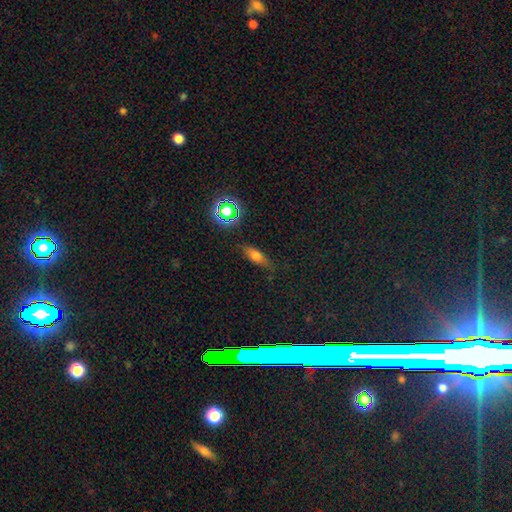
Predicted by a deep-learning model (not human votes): Morphology: type=smooth (62%); roundness=in between (58%); merging=none (76%).